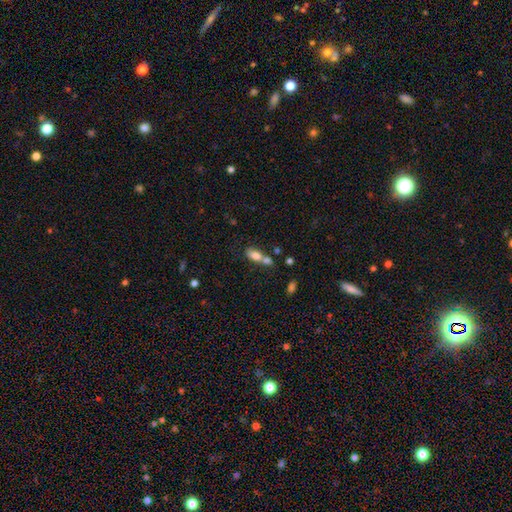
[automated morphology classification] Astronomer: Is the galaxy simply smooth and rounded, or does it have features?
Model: smooth — 78%.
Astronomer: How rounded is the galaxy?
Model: in between — 83%.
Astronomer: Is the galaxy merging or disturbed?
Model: merger — 53% (runner-up: none, 30%).